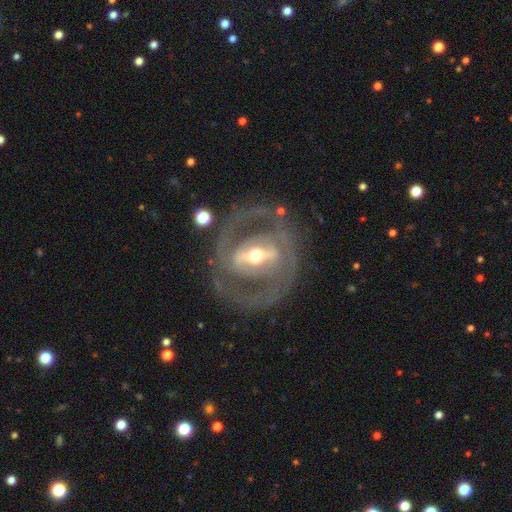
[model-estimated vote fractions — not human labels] The model was most divided on "spiral arms": yes: 61%, no: 39%. More confident: edge-on disk — no (94%); smooth or featured — featured or disk (83%); merging — none (71%); bar — strong (62%); bulge size — moderate (61%).